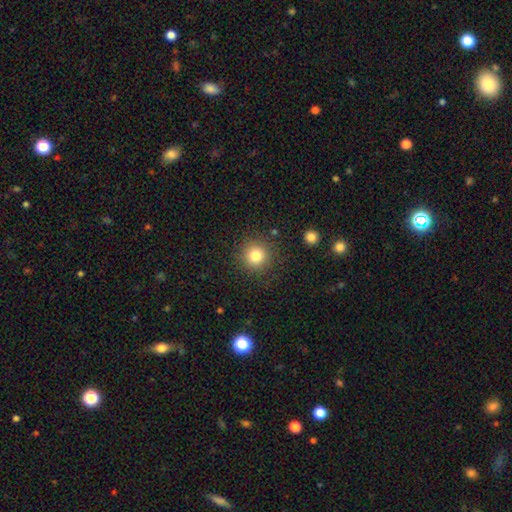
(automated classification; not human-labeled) The model was most divided on "smooth or featured": smooth: 80%, star or artifact: 13%, featured or disk: 7%. More confident: how rounded — round (95%); merging — none (88%).